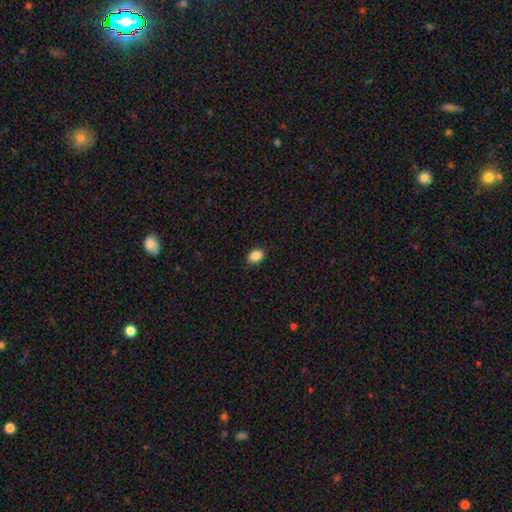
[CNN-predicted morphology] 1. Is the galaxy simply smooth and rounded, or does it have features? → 88% smooth, 9% star or artifact, 3% featured or disk.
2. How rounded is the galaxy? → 70% in between, 29% round, 1% cigar-shaped.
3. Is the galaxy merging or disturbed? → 89% none, 8% minor disturbance, 2% major disturbance, 1% merger.